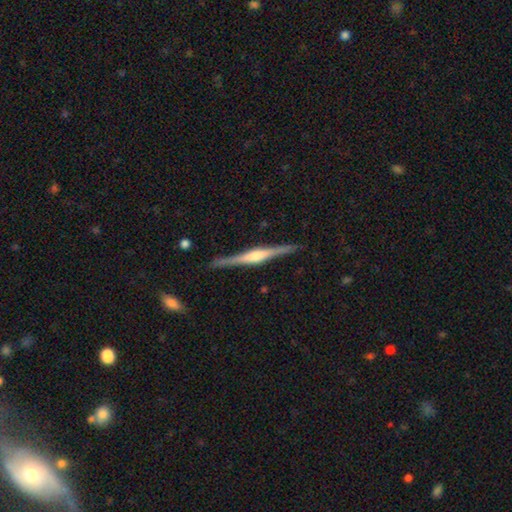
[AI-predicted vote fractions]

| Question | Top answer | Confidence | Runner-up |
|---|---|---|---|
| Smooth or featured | featured or disk | 81% | smooth (14%) |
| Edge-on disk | yes | 98% | no (2%) |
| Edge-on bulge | rounded | 79% | boxy (14%) |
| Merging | none | 90% | minor disturbance (8%) |